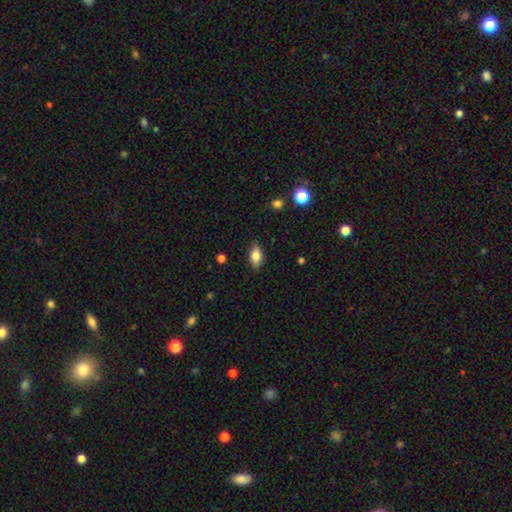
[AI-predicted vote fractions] Q: Smooth or featured?
A: smooth (81%); runner-up: featured or disk (11%)
Q: How rounded?
A: in between (88%); runner-up: cigar-shaped (7%)
Q: Merging?
A: none (87%); runner-up: minor disturbance (10%)